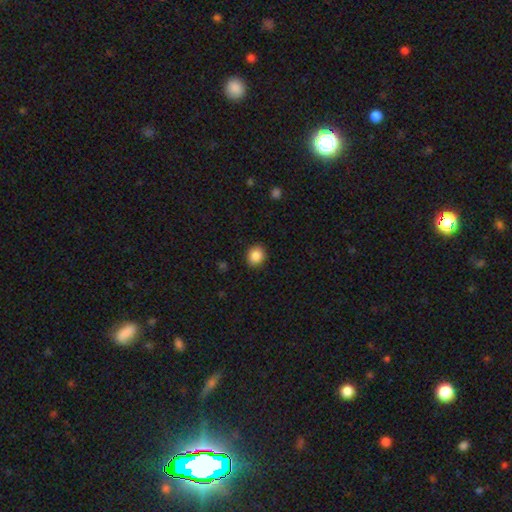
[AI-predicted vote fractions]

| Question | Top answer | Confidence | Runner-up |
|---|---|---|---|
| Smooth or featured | smooth | 87% | star or artifact (9%) |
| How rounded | round | 74% | in between (25%) |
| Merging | none | 90% | minor disturbance (7%) |